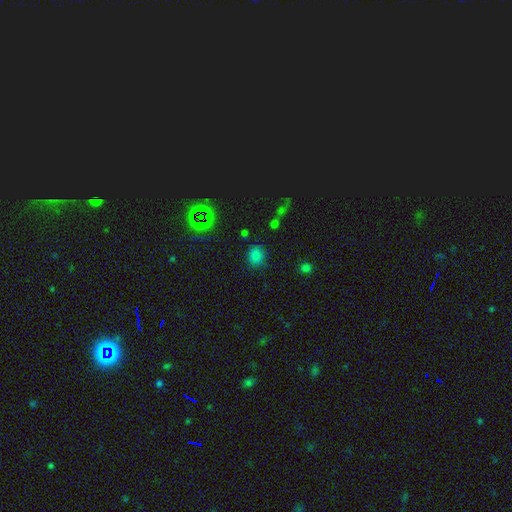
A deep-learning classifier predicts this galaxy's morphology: Q: Smooth or featured?
A: smooth (73%); runner-up: star or artifact (22%)
Q: How rounded?
A: round (73%); runner-up: in between (26%)
Q: Merging?
A: none (80%); runner-up: minor disturbance (12%)